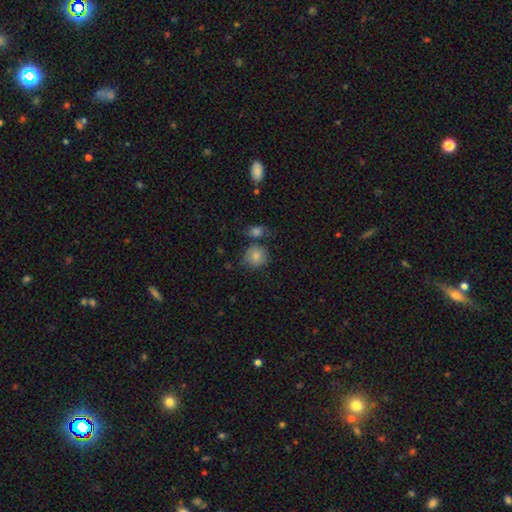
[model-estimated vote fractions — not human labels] Smooth or featured: smooth — 76% (star or artifact — 13%)
How rounded: round — 83% (in between — 16%)
Merging: none — 68% (minor disturbance — 14%)